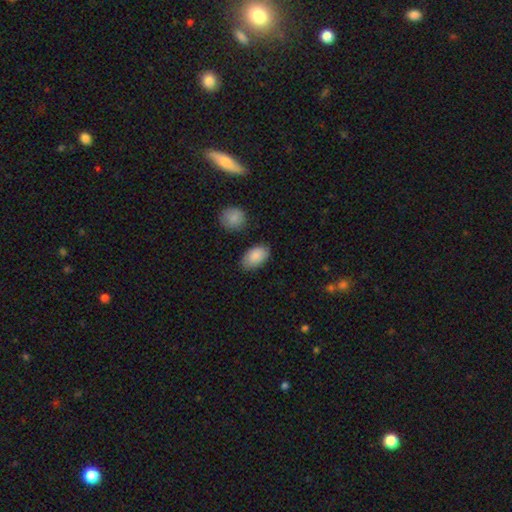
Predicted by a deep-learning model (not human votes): This is clearly a smooth galaxy (88%). How rounded: clearly in between (93%). Merging: clearly none (81%).